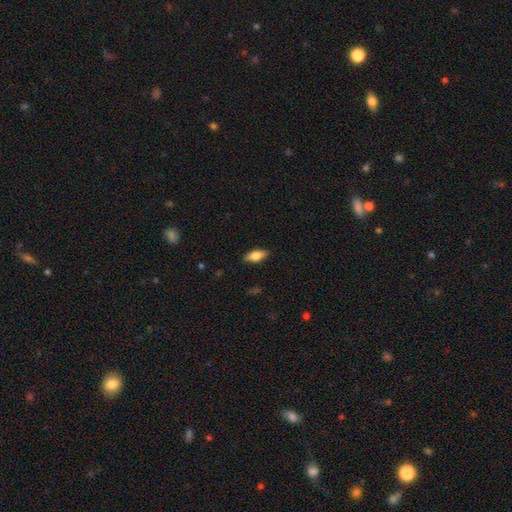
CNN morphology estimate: Smooth or featured: smooth — 65% (featured or disk — 28%)
How rounded: in between — 80% (cigar-shaped — 17%)
Merging: none — 87% (minor disturbance — 10%)